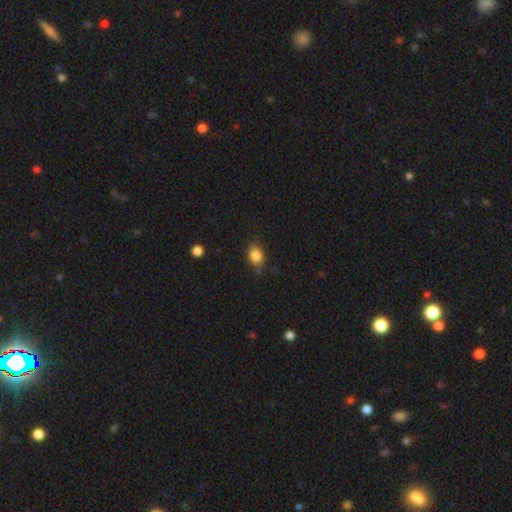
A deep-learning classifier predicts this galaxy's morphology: smooth-or-featured: smooth: 84% | star or artifact: 10% | featured or disk: 6%
  how-rounded: in between: 63% | round: 35% | cigar-shaped: 1%
  merging: none: 75% | minor disturbance: 19% | major disturbance: 4% | merger: 3%